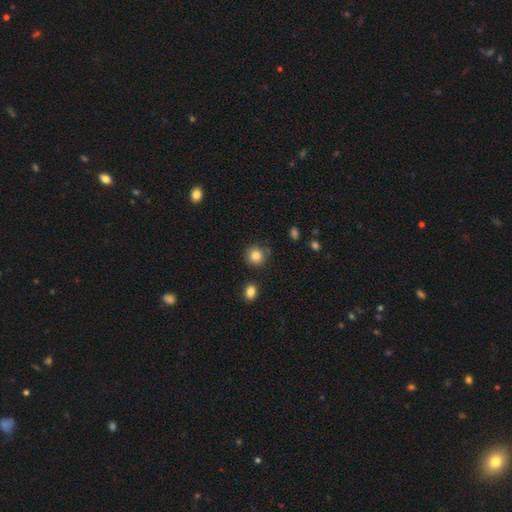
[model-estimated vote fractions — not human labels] Smooth or featured?
  - smooth: 84% *
  - star or artifact: 10%
  - featured or disk: 6%
How rounded?
  - round: 89% *
  - in between: 10%
  - cigar-shaped: 1%
Merging?
  - none: 81% *
  - minor disturbance: 12%
  - merger: 3%
  - major disturbance: 3%